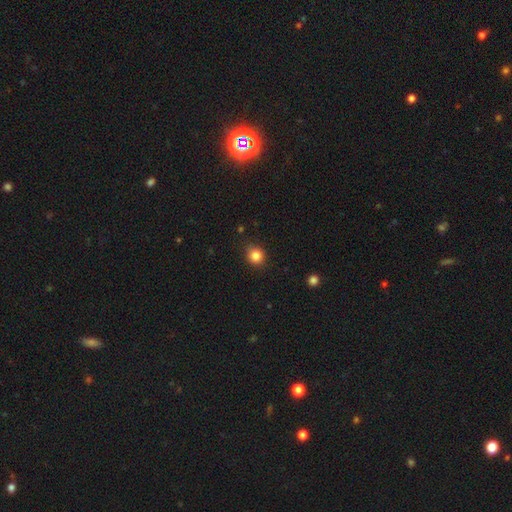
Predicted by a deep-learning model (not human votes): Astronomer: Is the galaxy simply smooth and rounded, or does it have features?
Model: smooth — 84%.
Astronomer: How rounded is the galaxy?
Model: round — 84%.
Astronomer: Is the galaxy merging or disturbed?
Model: none — 87%.